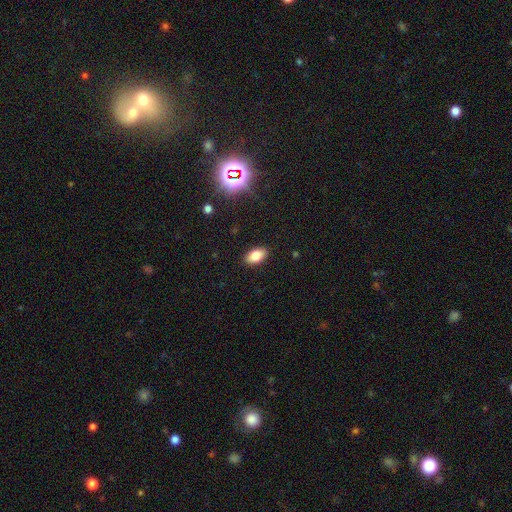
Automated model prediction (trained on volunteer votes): Overall: smooth (81%). How rounded: in between (92%). Merging: none (89%).